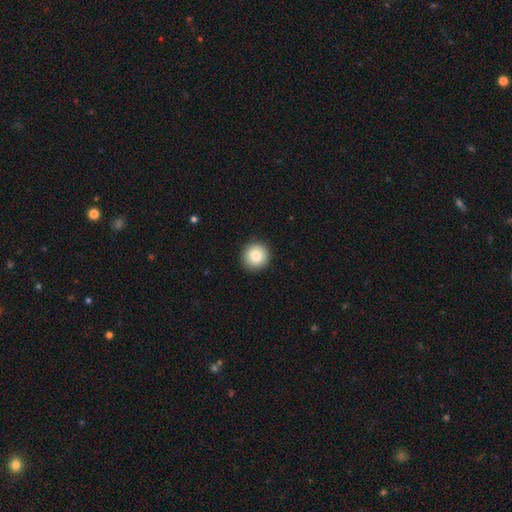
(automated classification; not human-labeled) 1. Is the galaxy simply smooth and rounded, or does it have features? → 84% smooth, 9% star or artifact, 8% featured or disk.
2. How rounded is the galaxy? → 95% round, 4% in between, 1% cigar-shaped.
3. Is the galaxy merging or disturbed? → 93% none, 5% minor disturbance, 2% major disturbance, 1% merger.